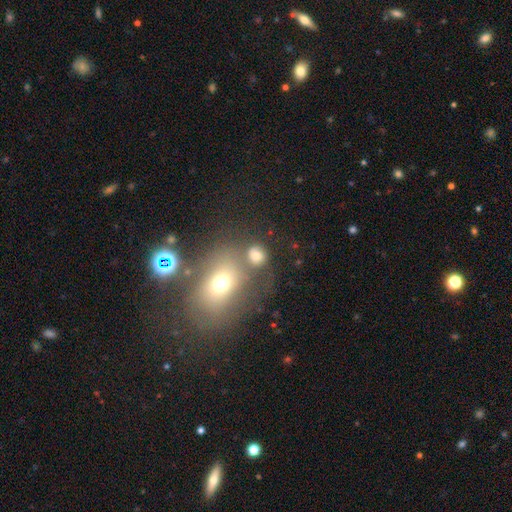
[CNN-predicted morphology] A smooth galaxy with no disk features (72%) that is round (60%). Merging: none (54%).